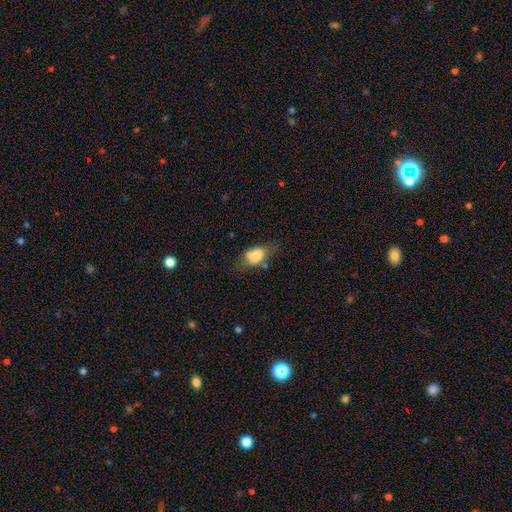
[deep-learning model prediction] The model was most divided on "merging": none: 47%, minor disturbance: 28%, merger: 14%, major disturbance: 11%. More confident: how rounded — in between (83%); smooth or featured — smooth (74%).